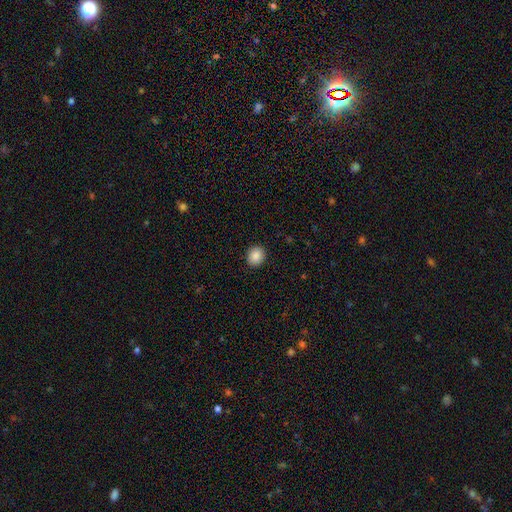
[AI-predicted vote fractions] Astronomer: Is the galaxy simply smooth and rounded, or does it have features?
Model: smooth — 88%.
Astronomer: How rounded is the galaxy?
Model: round — 74%.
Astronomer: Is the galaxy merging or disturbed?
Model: none — 91%.